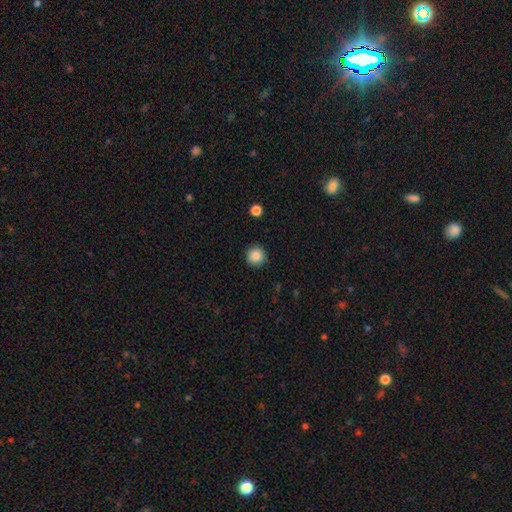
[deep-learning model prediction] This appears to be a smooth galaxy with no disk features (88%) that is round (95%). Merging: none (92%).